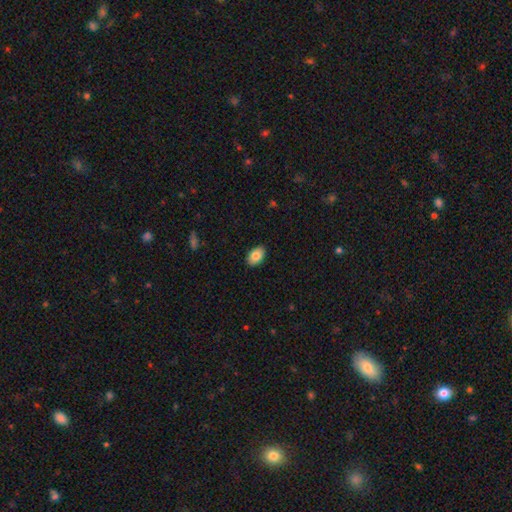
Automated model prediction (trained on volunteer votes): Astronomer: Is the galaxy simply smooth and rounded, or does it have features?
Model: smooth — 84%.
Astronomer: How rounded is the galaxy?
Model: in between — 91%.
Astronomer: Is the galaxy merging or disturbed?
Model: none — 89%.